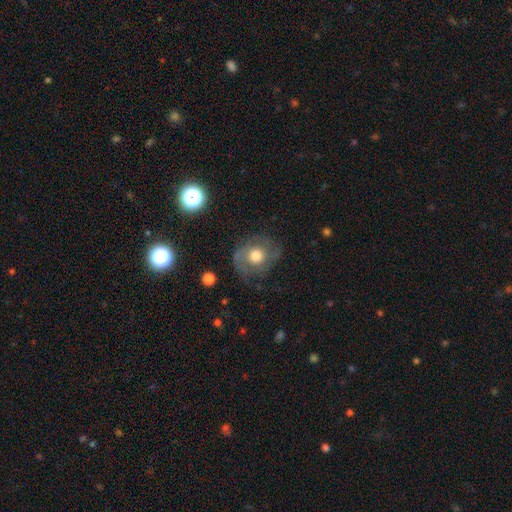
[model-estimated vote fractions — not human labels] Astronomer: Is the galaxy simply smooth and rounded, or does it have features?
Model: featured or disk — 56% (runner-up: smooth, 35%).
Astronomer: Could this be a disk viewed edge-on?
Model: no — 96%.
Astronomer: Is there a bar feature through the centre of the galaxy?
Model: no — 81%.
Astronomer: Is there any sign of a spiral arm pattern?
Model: yes — 77%.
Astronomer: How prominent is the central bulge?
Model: moderate — 55% (runner-up: large, 35%).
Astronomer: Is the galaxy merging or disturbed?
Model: none — 67%.